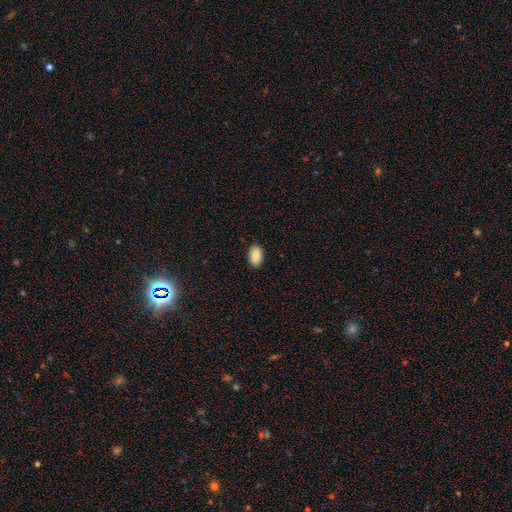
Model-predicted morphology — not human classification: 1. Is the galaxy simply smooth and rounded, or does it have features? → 87% smooth, 7% star or artifact, 6% featured or disk.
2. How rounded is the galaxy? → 92% in between, 7% round, 1% cigar-shaped.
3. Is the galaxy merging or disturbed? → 89% none, 9% minor disturbance, 2% major disturbance, 1% merger.